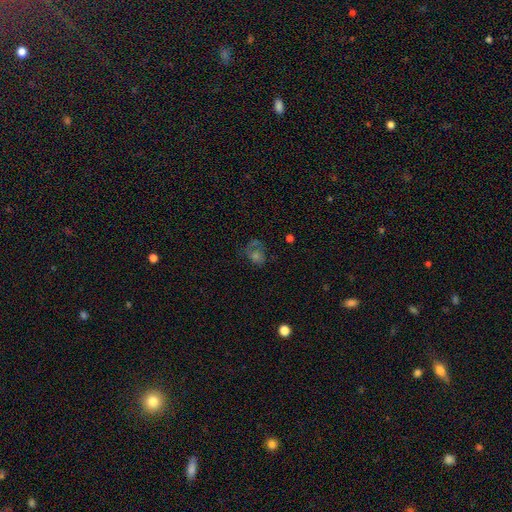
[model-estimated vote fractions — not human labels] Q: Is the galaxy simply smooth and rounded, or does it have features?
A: smooth — 40%.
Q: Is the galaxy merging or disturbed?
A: none — 50%.